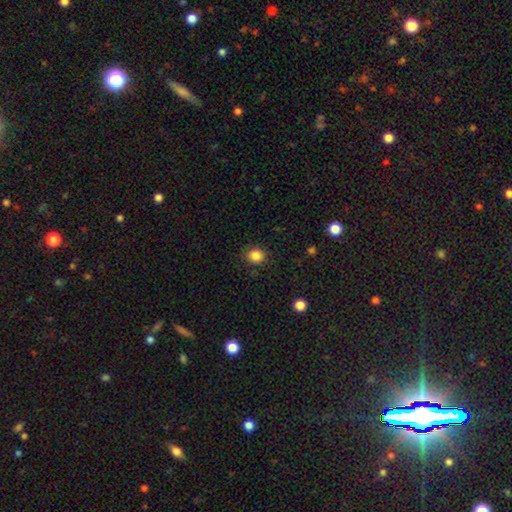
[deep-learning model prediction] smooth-or-featured: smooth: 85% | star or artifact: 11% | featured or disk: 4%
  how-rounded: round: 82% | in between: 18% | cigar-shaped: 1%
  merging: none: 86% | minor disturbance: 10% | major disturbance: 3% | merger: 1%